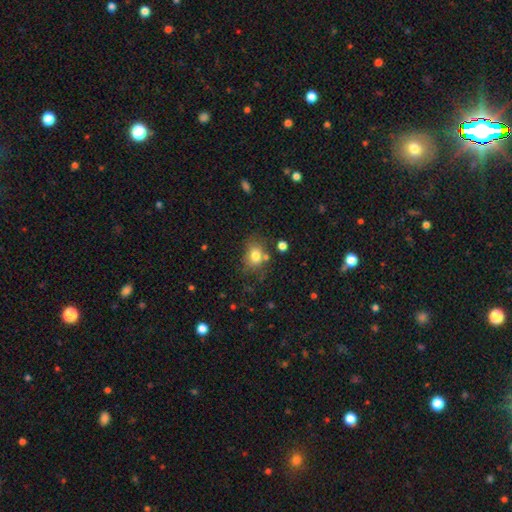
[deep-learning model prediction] Morphology: type=smooth (77%); roundness=in between (56%); merging=none (58%).